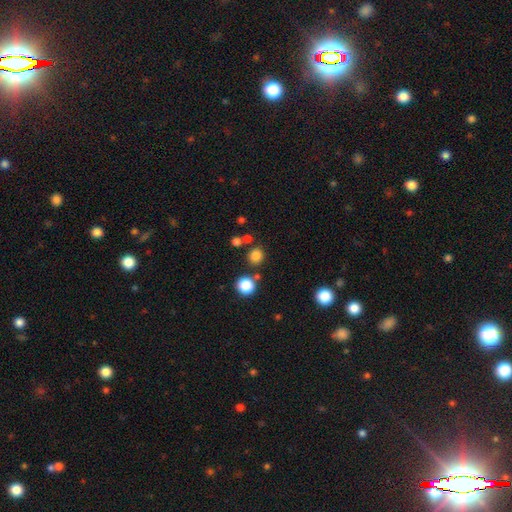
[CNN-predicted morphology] Smooth or featured: smooth — 79% (star or artifact — 16%)
How rounded: round — 90% (in between — 9%)
Merging: none — 79% (merger — 10%)